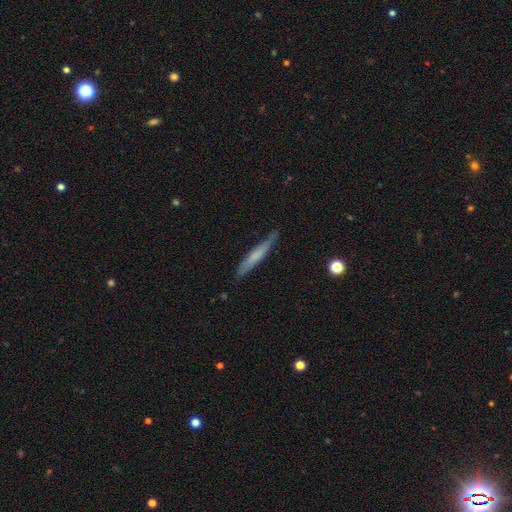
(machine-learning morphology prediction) Smooth or featured?
  - smooth: 55% *
  - featured or disk: 39%
  - star or artifact: 6%
How rounded?
  - cigar-shaped: 94% *
  - in between: 5%
  - round: 1%
Merging?
  - none: 80% *
  - minor disturbance: 16%
  - major disturbance: 3%
  - merger: 2%